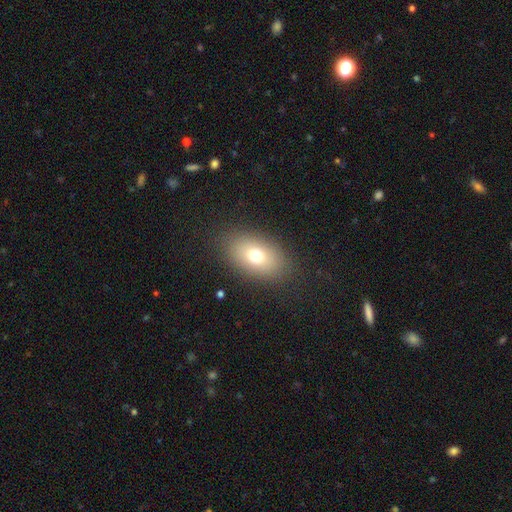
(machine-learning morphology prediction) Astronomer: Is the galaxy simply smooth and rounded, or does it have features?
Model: smooth — 73%.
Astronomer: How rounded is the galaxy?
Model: in between — 84%.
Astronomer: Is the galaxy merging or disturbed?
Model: none — 85%.